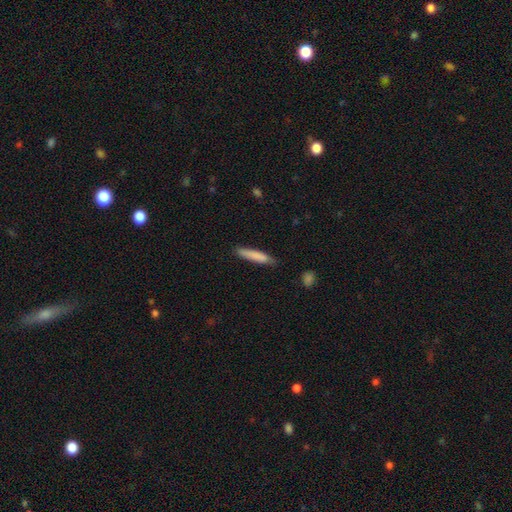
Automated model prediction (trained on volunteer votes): The model was most divided on "merging": none: 81%, minor disturbance: 15%, major disturbance: 2%, merger: 1%. More confident: how rounded — cigar-shaped (89%); smooth or featured — smooth (82%).